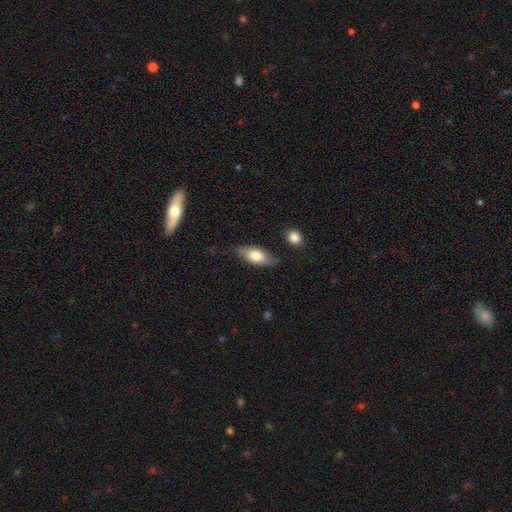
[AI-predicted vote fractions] A smooth galaxy with no disk features (70%) that is in between round and cigar-shaped (81%).

Vote fractions:
- Smooth or featured? smooth: 70% / featured or disk: 24% / star or artifact: 6%
- How rounded? in between: 81% / cigar-shaped: 15% / round: 4%
- Merging? none: 70% / minor disturbance: 22% / major disturbance: 5% / merger: 3%